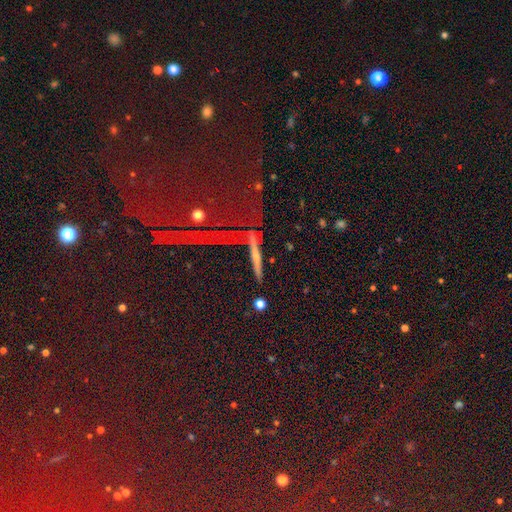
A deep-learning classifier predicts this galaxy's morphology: type=featured or disk (54%); edge-on=yes (92%); merging=none (81%).